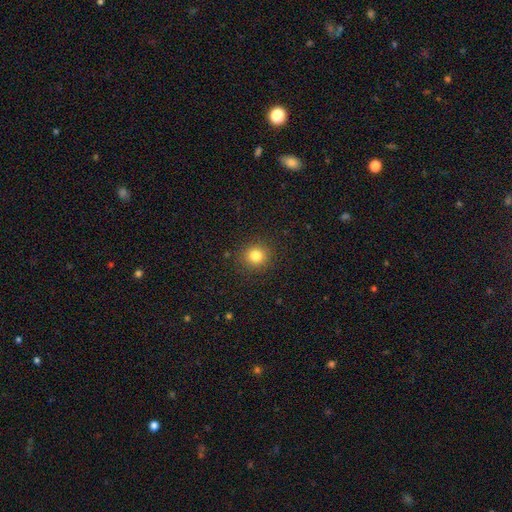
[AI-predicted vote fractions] Smooth or featured? smooth (82%)
How rounded? round (90%)
Merging? none (90%)